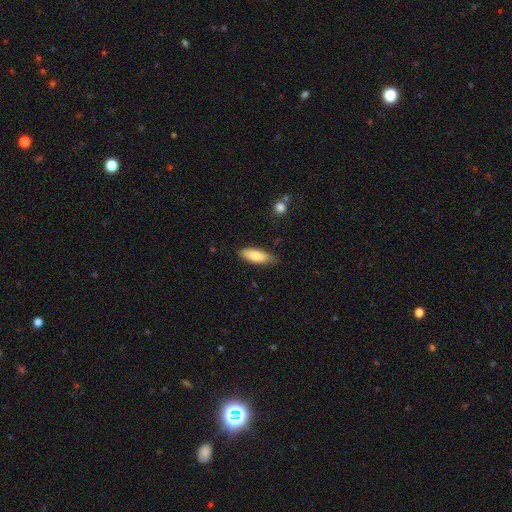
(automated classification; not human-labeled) smooth-or-featured: smooth: 83% | featured or disk: 11% | star or artifact: 6%
  how-rounded: in between: 70% | cigar-shaped: 29% | round: 2%
  merging: none: 73% | minor disturbance: 22% | major disturbance: 4% | merger: 2%